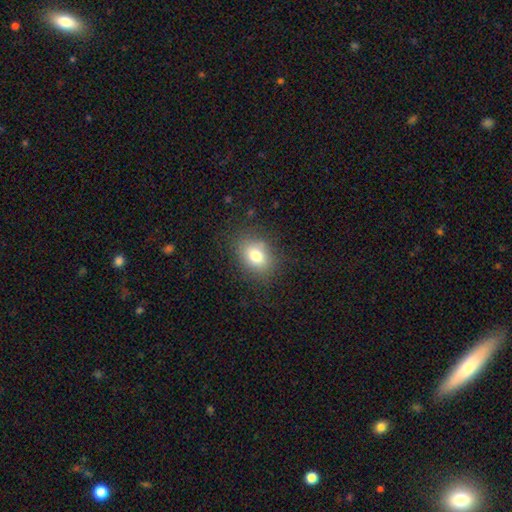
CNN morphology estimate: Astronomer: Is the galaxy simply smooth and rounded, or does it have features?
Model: smooth — 77%.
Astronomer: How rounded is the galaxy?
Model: in between — 57% (runner-up: round, 42%).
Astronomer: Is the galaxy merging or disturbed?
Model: none — 82%.